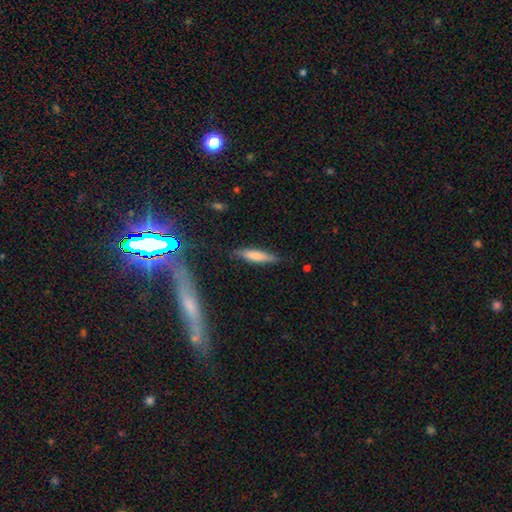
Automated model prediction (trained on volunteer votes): This is likely a smooth galaxy (69%). How rounded: clearly cigar-shaped (82%). Merging: clearly none (83%).